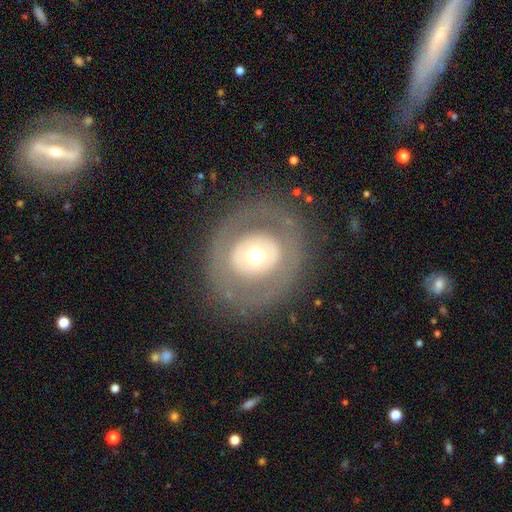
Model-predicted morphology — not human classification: smooth-or-featured: featured or disk: 53% | smooth: 40% | star or artifact: 7%
  disk-edge-on: no: 94% | yes: 6%
    bar: no: 87% | weak: 9% | strong: 4%
    has-spiral-arms: no: 90% | yes: 10%
    bulge-size: moderate: 60% | large: 27% | small: 8% | dominant: 4% | none: 1%
  merging: none: 80% | minor disturbance: 10% | major disturbance: 9% | merger: 1%